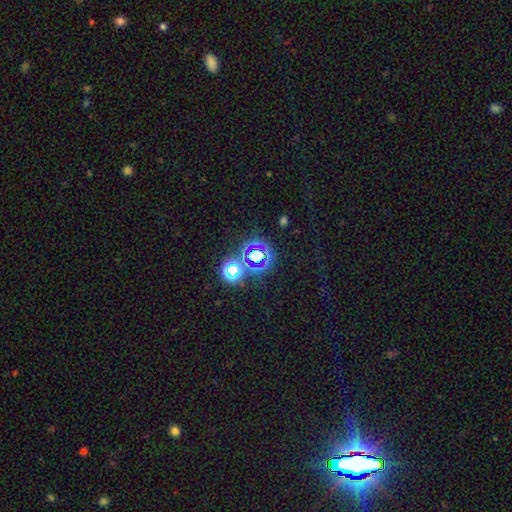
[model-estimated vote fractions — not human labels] Smooth or featured? star or artifact (71%)